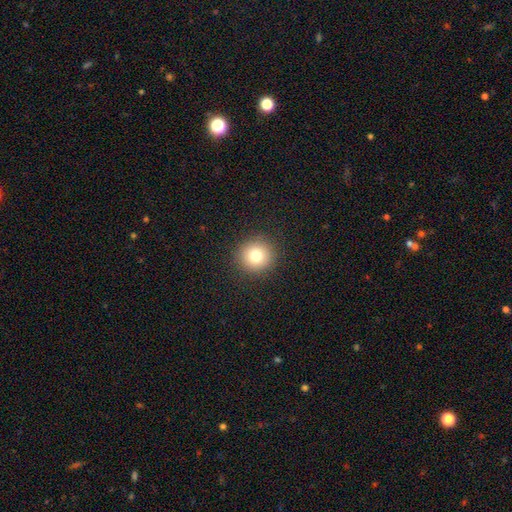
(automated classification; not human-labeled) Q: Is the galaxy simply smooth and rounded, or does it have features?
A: smooth — 78%.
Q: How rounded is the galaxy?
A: round — 93%.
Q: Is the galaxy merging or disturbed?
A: none — 91%.